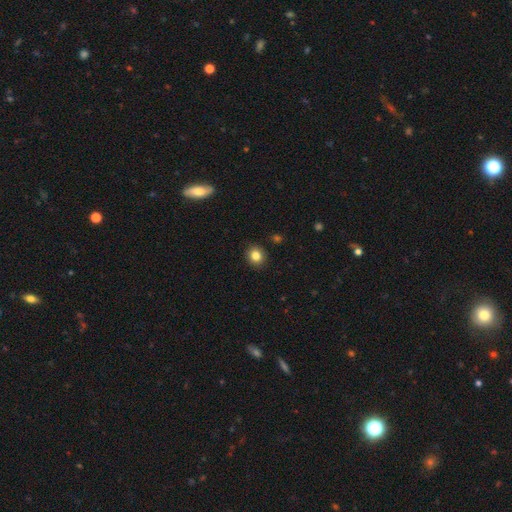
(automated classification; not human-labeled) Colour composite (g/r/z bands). It shows a smooth galaxy with no disk features (84%) that is round (79%). Merging: none (90%).